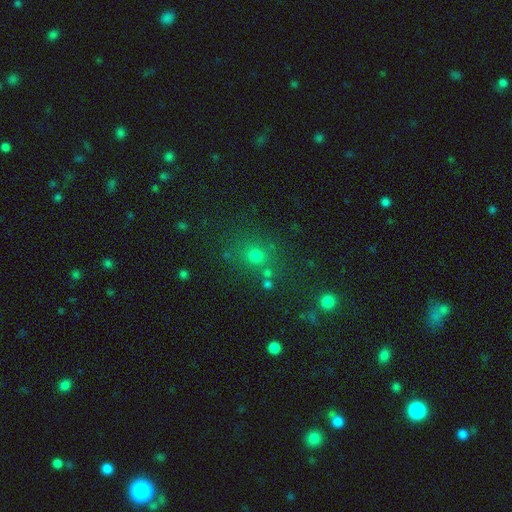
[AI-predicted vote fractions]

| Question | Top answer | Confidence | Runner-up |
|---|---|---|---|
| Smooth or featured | smooth | 67% | star or artifact (24%) |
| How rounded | round | 82% | in between (17%) |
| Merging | none | 74% | minor disturbance (12%) |